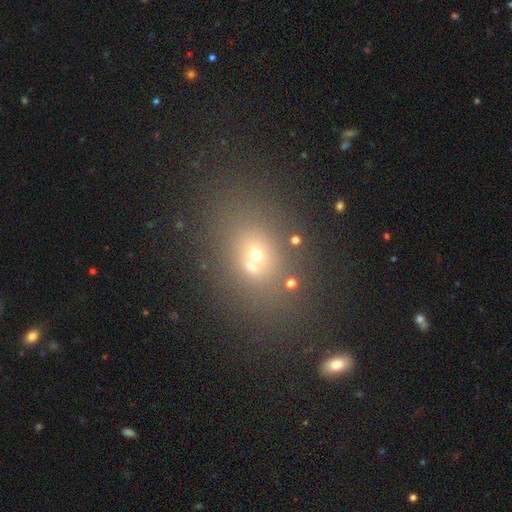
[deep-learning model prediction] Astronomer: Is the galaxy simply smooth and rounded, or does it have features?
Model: smooth — 53%.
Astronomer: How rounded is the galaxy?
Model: in between — 54% (runner-up: round, 44%).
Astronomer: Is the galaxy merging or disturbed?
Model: none — 58%.